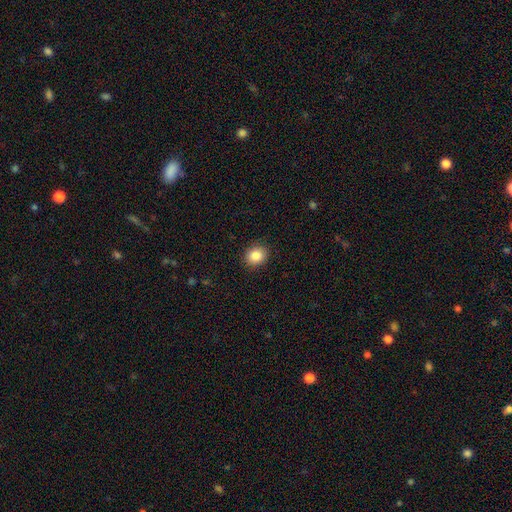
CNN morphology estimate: Overall: smooth (86%). How rounded: round (68%; in between 31%). Merging: none (89%).